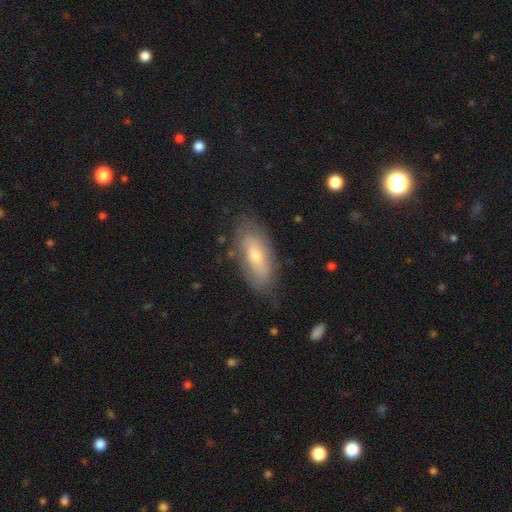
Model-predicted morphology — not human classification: smooth-or-featured: smooth: 51% | featured or disk: 42% | star or artifact: 7%
  how-rounded: in between: 81% | cigar-shaped: 17% | round: 3%
  merging: none: 71% | minor disturbance: 21% | major disturbance: 6% | merger: 2%